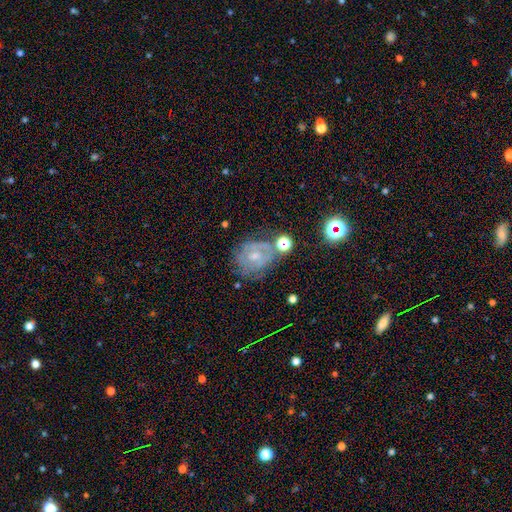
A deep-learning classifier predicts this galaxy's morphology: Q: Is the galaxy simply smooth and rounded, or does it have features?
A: featured or disk — 64%.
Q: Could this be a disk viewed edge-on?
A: no — 97%.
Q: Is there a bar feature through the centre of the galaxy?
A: no — 56%.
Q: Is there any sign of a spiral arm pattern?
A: yes — 78%.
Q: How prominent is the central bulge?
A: small — 52%.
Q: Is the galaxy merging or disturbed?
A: none — 53%.